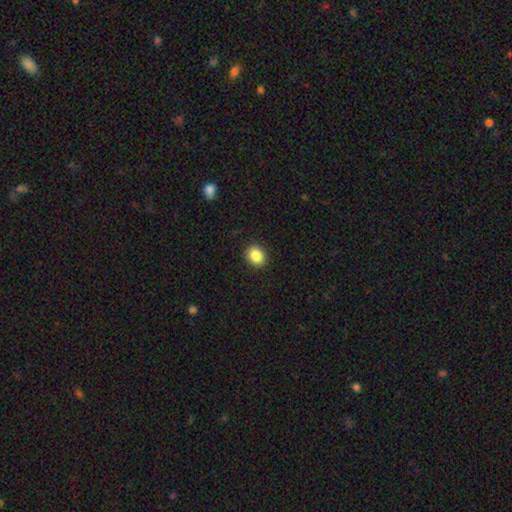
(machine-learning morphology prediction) type=smooth (86%); roundness=round (66%); merging=none (91%).